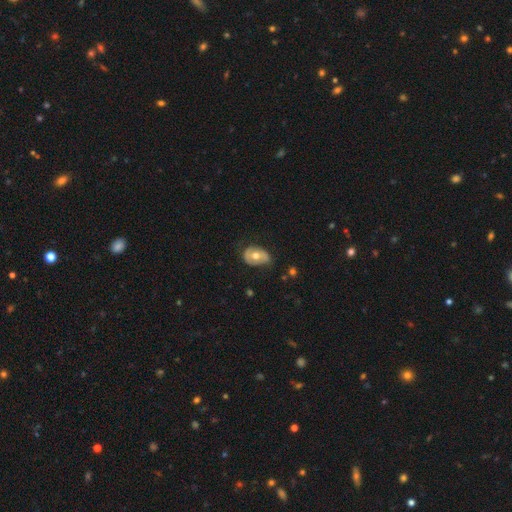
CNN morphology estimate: Smooth or featured? Predicted: featured or disk (p=0.47). Merging? Predicted: none (p=0.59).